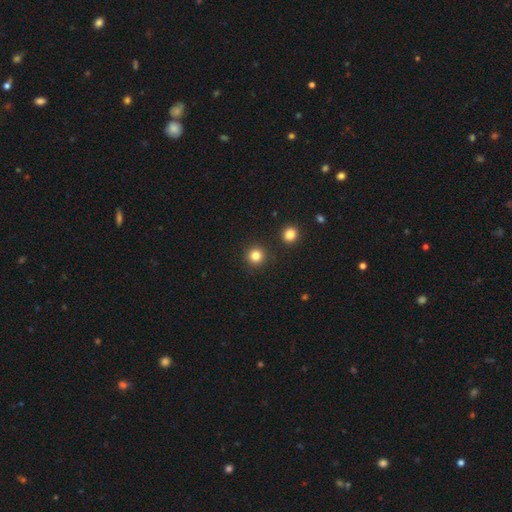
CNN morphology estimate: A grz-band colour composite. It shows a smooth galaxy with no disk features (82%) that is round (95%). Merging: none (91%).